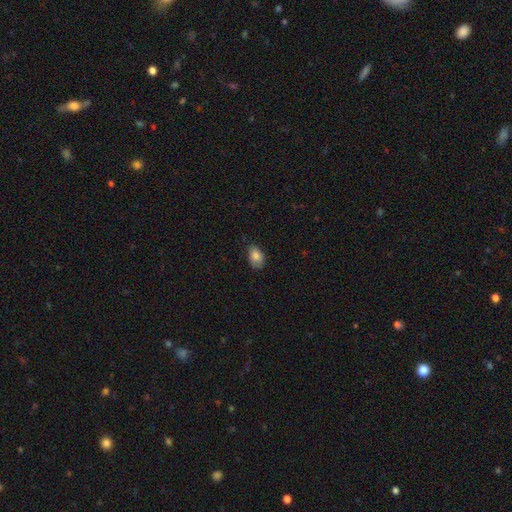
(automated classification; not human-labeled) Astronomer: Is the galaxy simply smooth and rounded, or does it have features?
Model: smooth — 82%.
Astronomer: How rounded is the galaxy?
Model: in between — 87%.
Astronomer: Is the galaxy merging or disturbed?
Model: none — 70%.